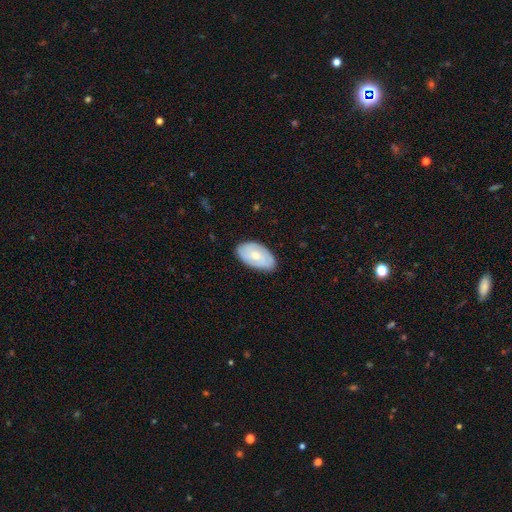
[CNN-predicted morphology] Overall: smooth (55%; featured or disk 40%). How rounded: in between (94%). Merging: none (81%).